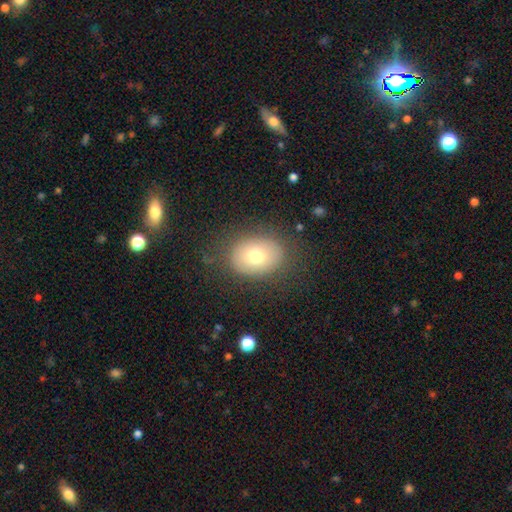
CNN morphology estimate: smooth_or_featured: smooth (p=0.72) [alt: featured or disk p=0.17]
how_rounded: in between (p=0.61) [alt: round p=0.38]
merging: none (p=0.80) [alt: minor disturbance p=0.13]